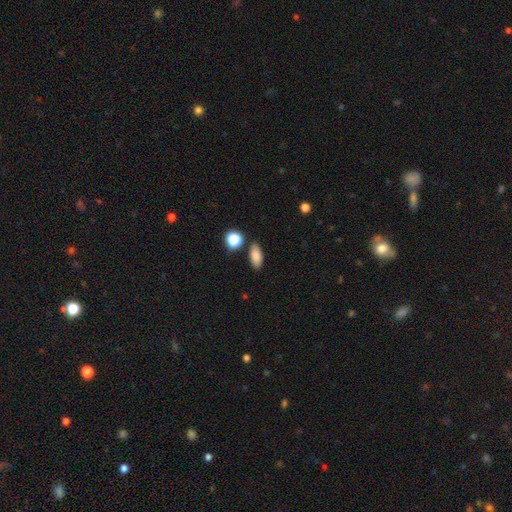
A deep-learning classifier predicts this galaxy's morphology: smooth 85%, star or artifact 9%, featured or disk 7%. Down the decision tree: how rounded — in between (84%); merging — none (83%).